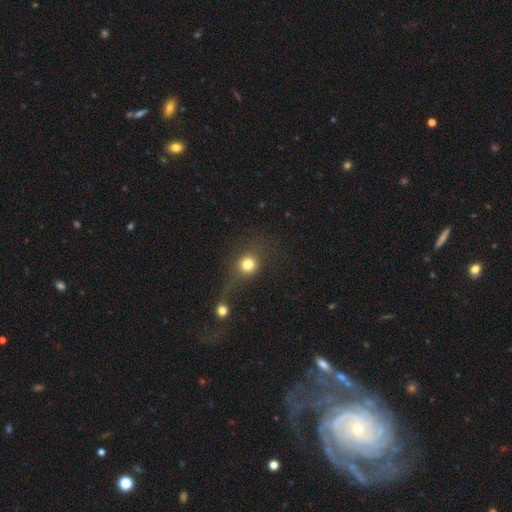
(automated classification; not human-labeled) Morphology: type=featured or disk (39%); merging=none (39%).